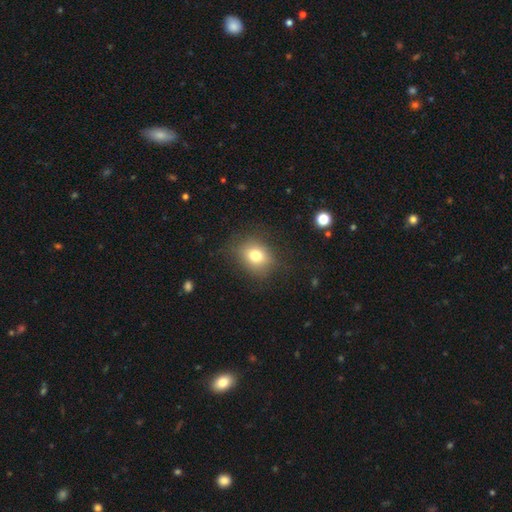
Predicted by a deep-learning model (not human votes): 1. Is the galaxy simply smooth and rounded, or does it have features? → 76% smooth, 12% star or artifact, 12% featured or disk.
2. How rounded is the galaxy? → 54% round, 45% in between, 1% cigar-shaped.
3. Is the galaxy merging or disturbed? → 79% none, 14% minor disturbance, 5% major disturbance, 1% merger.